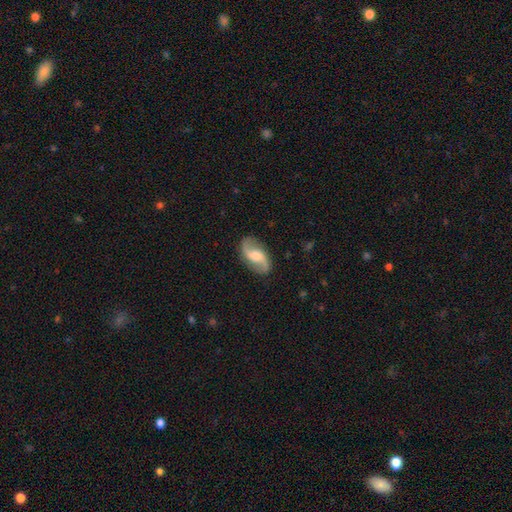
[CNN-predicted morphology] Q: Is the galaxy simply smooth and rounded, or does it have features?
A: featured or disk — 83%.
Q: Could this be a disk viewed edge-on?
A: no — 97%.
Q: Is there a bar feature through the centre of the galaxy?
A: no — 45%.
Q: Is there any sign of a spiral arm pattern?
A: yes — 96%.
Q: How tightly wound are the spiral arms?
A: loose — 62%.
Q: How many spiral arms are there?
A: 2 — 93%.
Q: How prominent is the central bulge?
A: moderate — 55%.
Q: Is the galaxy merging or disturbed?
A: none — 84%.